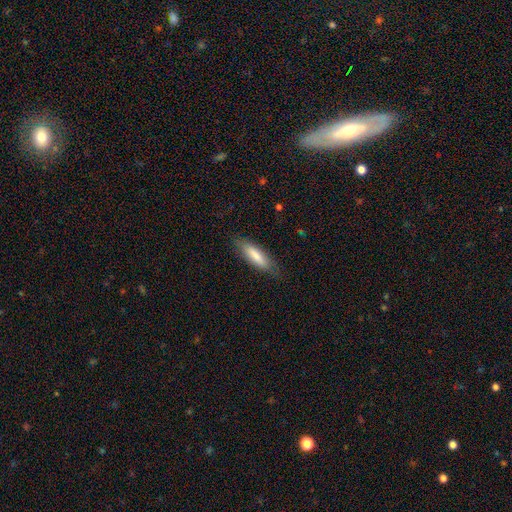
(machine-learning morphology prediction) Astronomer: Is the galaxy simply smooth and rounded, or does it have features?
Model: smooth — 77%.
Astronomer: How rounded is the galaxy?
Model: cigar-shaped — 59% (runner-up: in between, 40%).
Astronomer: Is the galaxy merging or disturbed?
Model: none — 80%.